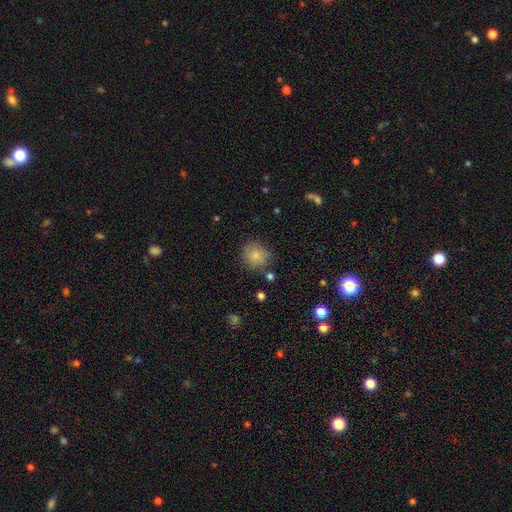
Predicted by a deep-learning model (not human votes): The model was most divided on "merging": none: 76%, minor disturbance: 16%, major disturbance: 5%, merger: 4%. More confident: how rounded — round (84%); smooth or featured — smooth (83%).